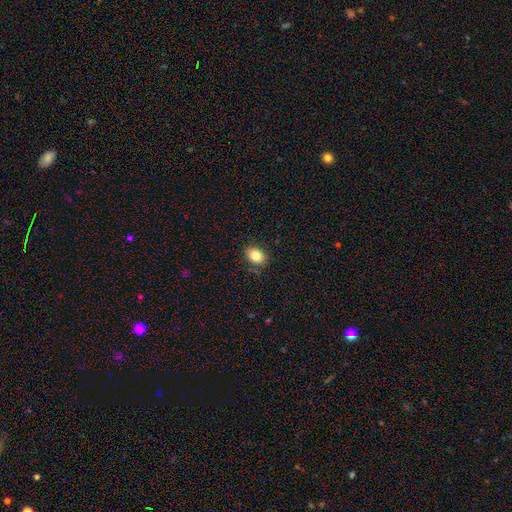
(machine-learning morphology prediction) Smooth or featured?
  - smooth: 84% *
  - star or artifact: 9%
  - featured or disk: 7%
How rounded?
  - in between: 70% *
  - round: 29%
  - cigar-shaped: 1%
Merging?
  - none: 85% *
  - minor disturbance: 11%
  - major disturbance: 3%
  - merger: 1%